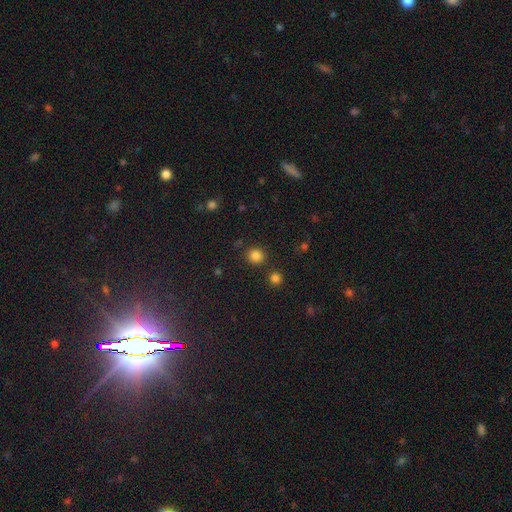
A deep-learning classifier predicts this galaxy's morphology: Smooth or featured?
  - smooth: 83% *
  - star or artifact: 13%
  - featured or disk: 4%
How rounded?
  - round: 87% *
  - in between: 12%
  - cigar-shaped: 1%
Merging?
  - none: 86% *
  - minor disturbance: 7%
  - merger: 5%
  - major disturbance: 3%